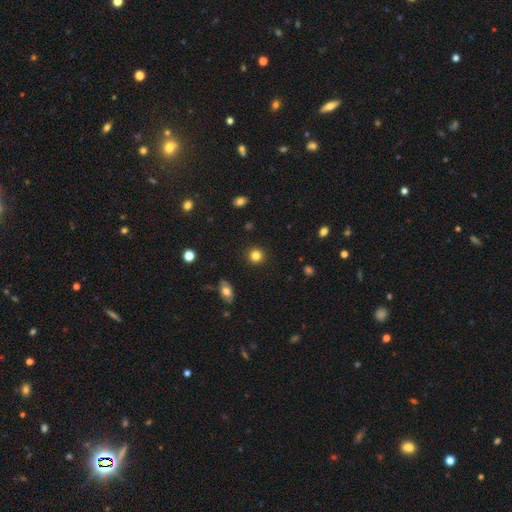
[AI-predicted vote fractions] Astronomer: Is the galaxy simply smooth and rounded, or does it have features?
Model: smooth — 84%.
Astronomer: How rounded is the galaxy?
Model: round — 92%.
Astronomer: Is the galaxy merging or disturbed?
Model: none — 92%.